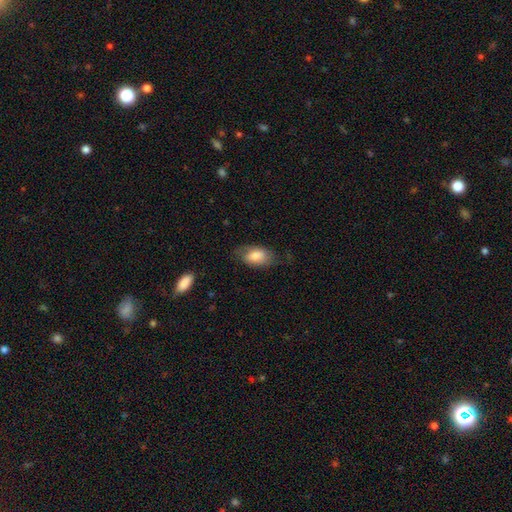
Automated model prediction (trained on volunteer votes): Smooth or featured?
  - smooth: 74% *
  - featured or disk: 19%
  - star or artifact: 7%
How rounded?
  - in between: 91% *
  - round: 7%
  - cigar-shaped: 2%
Merging?
  - none: 66% *
  - minor disturbance: 24%
  - major disturbance: 9%
  - merger: 1%